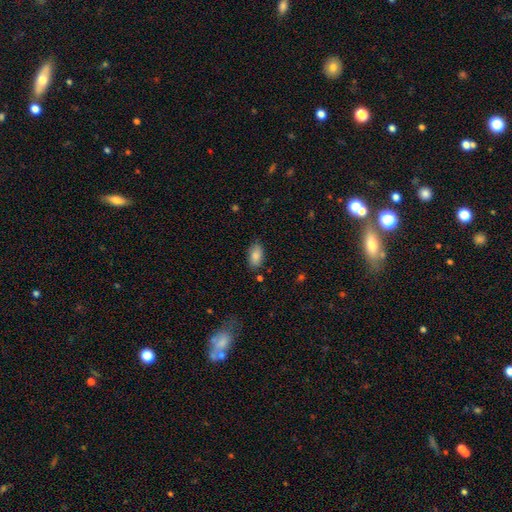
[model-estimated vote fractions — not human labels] Q: Smooth or featured?
A: smooth (85%); runner-up: featured or disk (8%)
Q: How rounded?
A: in between (93%); runner-up: cigar-shaped (4%)
Q: Merging?
A: none (81%); runner-up: minor disturbance (14%)